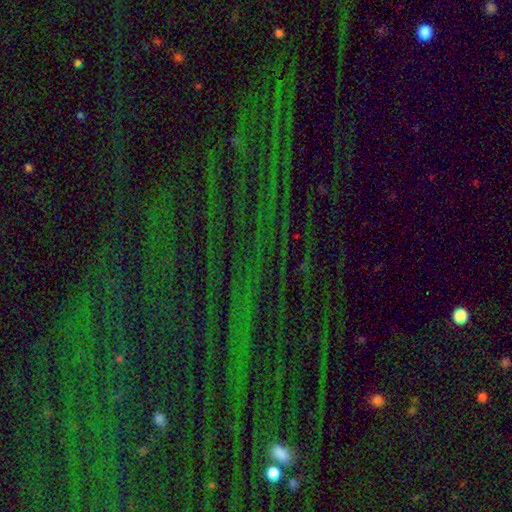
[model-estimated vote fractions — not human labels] A star or artifact, not a galaxy (82%).

Vote fractions:
- Smooth or featured? star or artifact: 82% / featured or disk: 9% / smooth: 9%